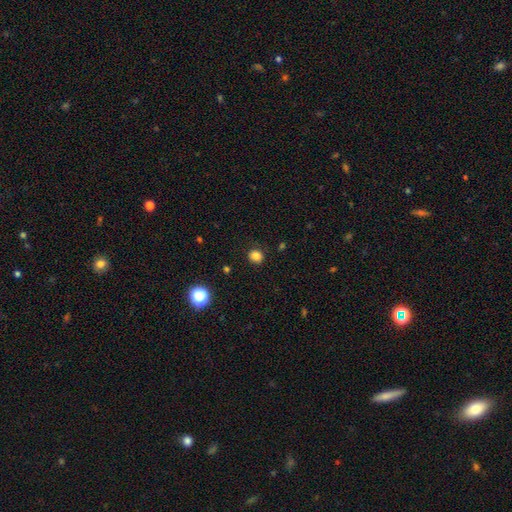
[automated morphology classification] Q: Smooth or featured?
A: smooth (83%); runner-up: star or artifact (13%)
Q: How rounded?
A: round (83%); runner-up: in between (16%)
Q: Merging?
A: none (87%); runner-up: minor disturbance (9%)